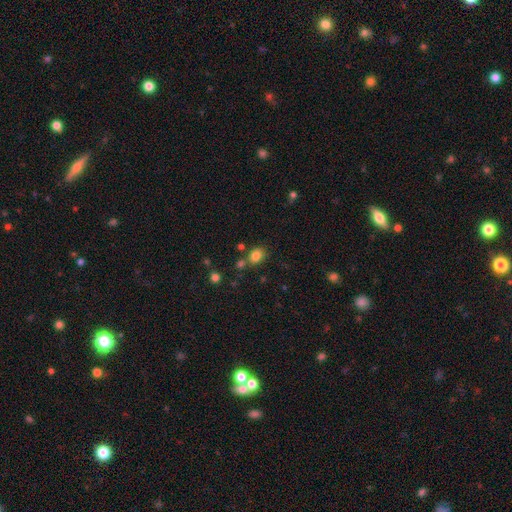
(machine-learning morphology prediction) This is clearly a smooth galaxy (81%). How rounded: possibly in between (51%). Merging: likely none (70%).